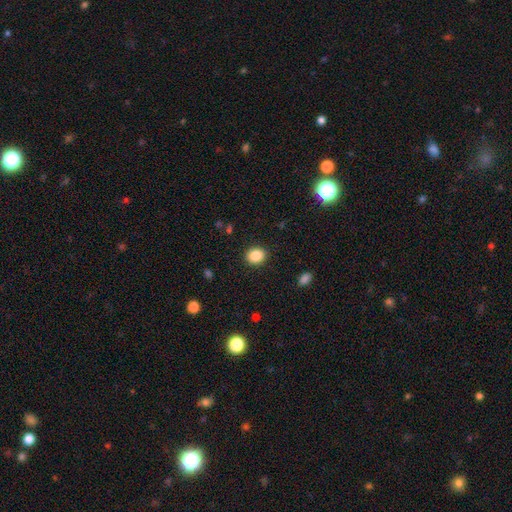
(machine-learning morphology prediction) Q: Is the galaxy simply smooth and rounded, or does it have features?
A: smooth — 87%.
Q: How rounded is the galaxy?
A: round — 64%.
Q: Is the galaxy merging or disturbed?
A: none — 90%.